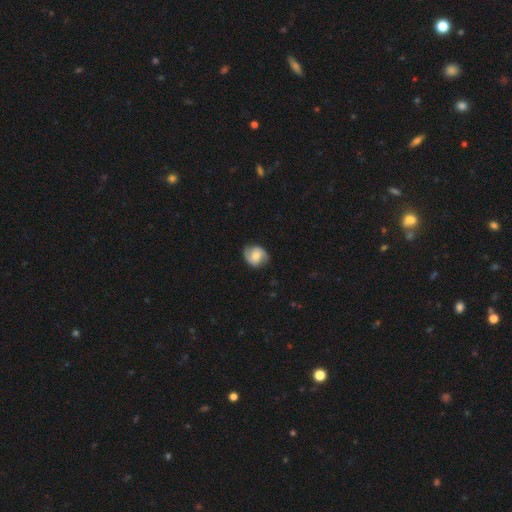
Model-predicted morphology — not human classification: Overall: featured or disk (61%; smooth 31%). Edge-on disk: no (97%). Bar: no (60%; weak 33%). Spiral arms: yes (91%). Spiral arm count: 2 (88%). Spiral winding: medium (46%; tight 32%). Bulge size: moderate (58%; small 32%). Merging: none (80%).